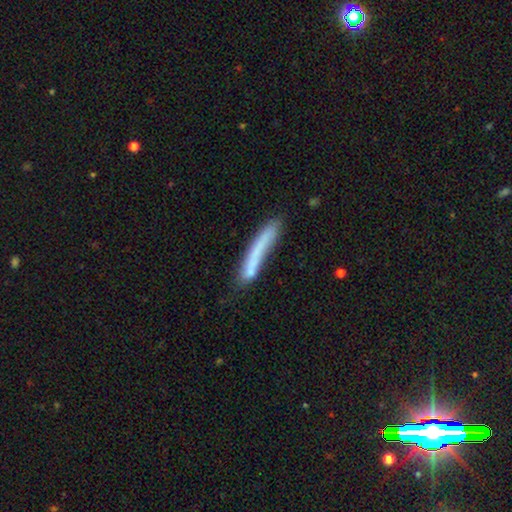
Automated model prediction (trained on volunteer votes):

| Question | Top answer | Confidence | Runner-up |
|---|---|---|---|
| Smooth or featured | smooth | 63% | featured or disk (28%) |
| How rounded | cigar-shaped | 95% | in between (4%) |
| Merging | none | 66% | minor disturbance (21%) |